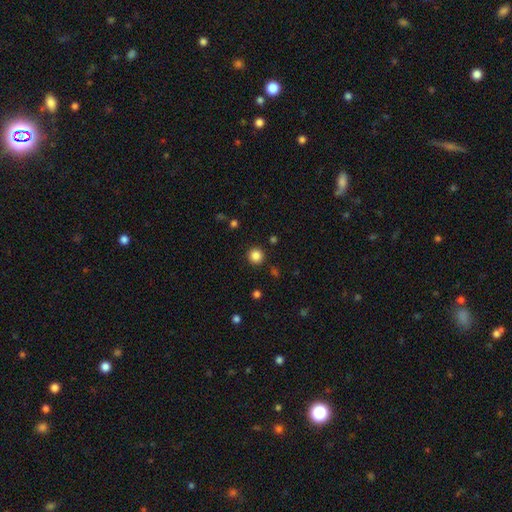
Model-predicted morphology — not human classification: Smooth or featured?
  - smooth: 85% *
  - star or artifact: 12%
  - featured or disk: 4%
How rounded?
  - round: 95% *
  - in between: 4%
  - cigar-shaped: 1%
Merging?
  - none: 91% *
  - minor disturbance: 5%
  - major disturbance: 2%
  - merger: 2%